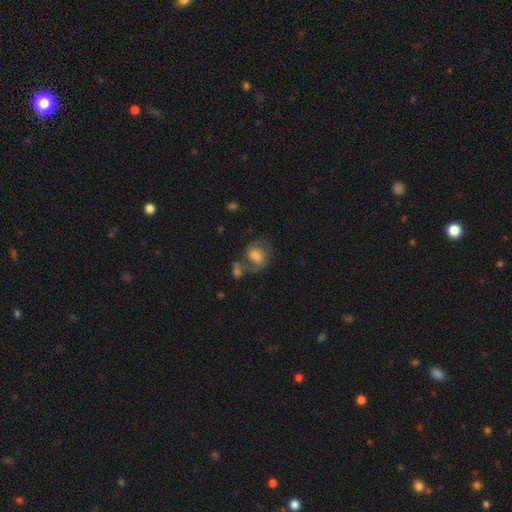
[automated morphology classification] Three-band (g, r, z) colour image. It shows a featured or disk galaxy (50%). Merging: none (42%).